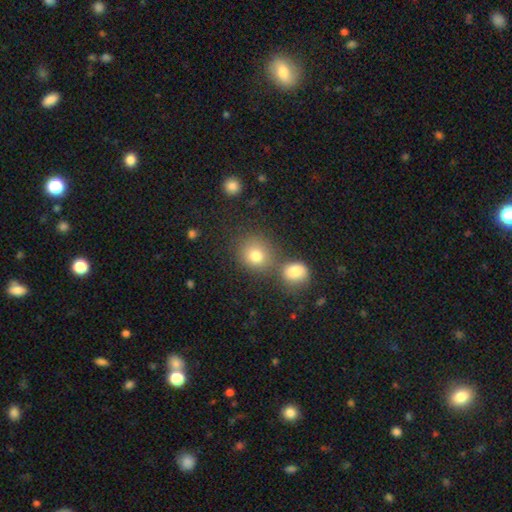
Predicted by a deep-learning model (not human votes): A smooth galaxy with no disk features (79%) that is round (80%).

Vote fractions:
- Smooth or featured? smooth: 79% / star or artifact: 13% / featured or disk: 8%
- How rounded? round: 80% / in between: 19% / cigar-shaped: 1%
- Merging? none: 62% / merger: 25% / minor disturbance: 10% / major disturbance: 4%